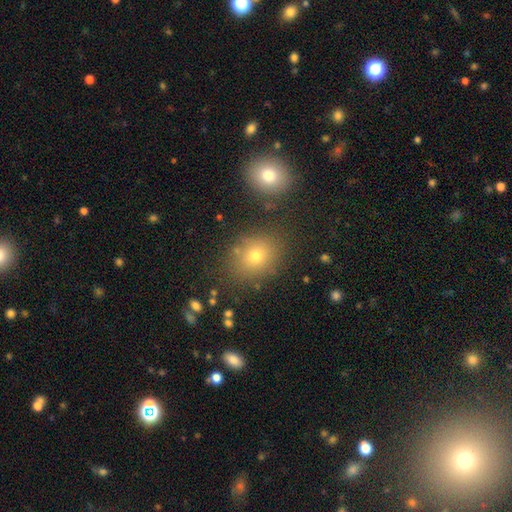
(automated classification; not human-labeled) The model was most divided on "how rounded": round: 56%, in between: 43%, cigar-shaped: 1%. More confident: merging — none (79%); smooth or featured — smooth (71%).